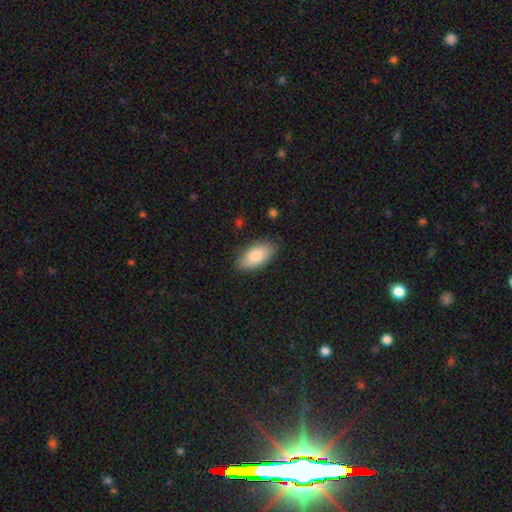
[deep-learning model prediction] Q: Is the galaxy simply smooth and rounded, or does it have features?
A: smooth — 83%.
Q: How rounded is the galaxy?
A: in between — 92%.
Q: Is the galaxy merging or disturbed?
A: none — 85%.